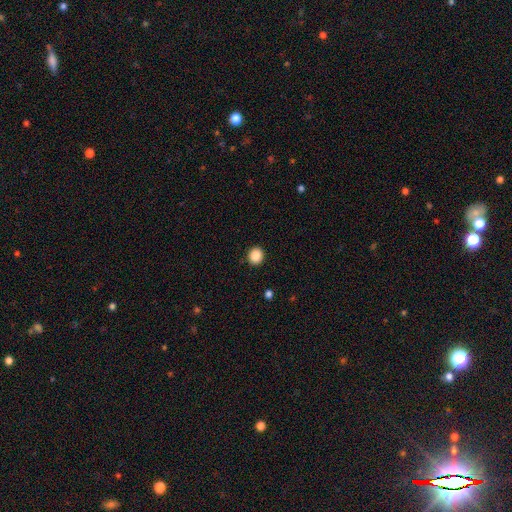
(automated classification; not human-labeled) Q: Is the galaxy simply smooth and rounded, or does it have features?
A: smooth — 88%.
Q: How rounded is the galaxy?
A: round — 84%.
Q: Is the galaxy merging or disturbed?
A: none — 91%.